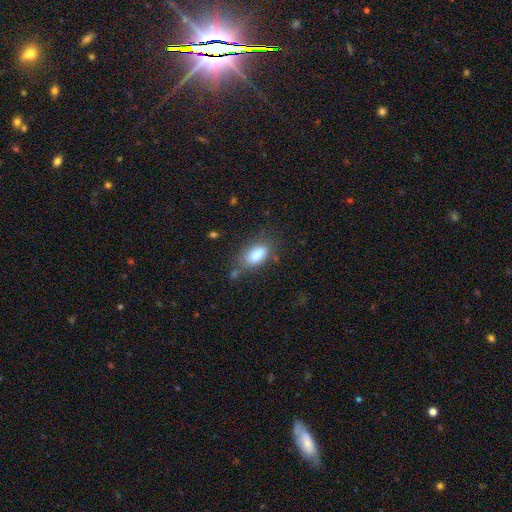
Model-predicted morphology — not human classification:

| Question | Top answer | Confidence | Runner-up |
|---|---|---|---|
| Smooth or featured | smooth | 84% | featured or disk (8%) |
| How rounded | in between | 88% | cigar-shaped (8%) |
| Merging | none | 68% | minor disturbance (20%) |